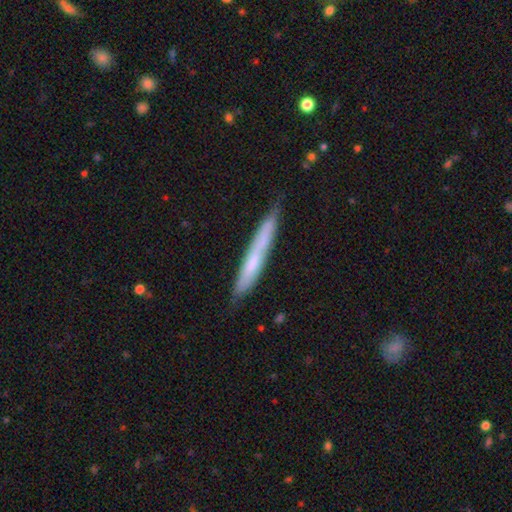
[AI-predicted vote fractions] smooth_or_featured: smooth (p=0.53) [alt: featured or disk p=0.40]
how_rounded: cigar-shaped (p=0.96) [alt: in between p=0.03]
merging: none (p=0.77) [alt: minor disturbance p=0.18]